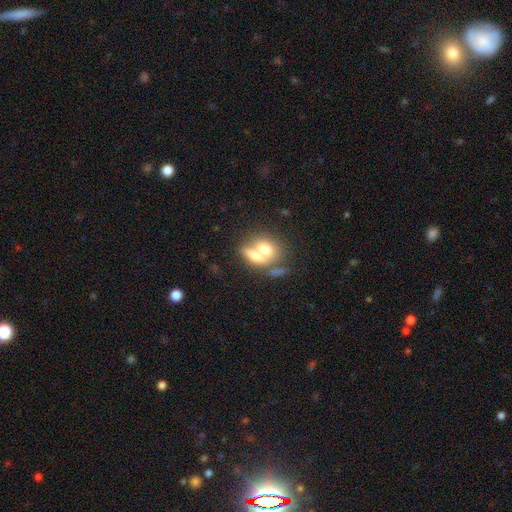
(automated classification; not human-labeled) The model was most divided on "smooth or featured": smooth: 65%, featured or disk: 27%, star or artifact: 8%. More confident: merging — merger (68%); how rounded — in between (67%).